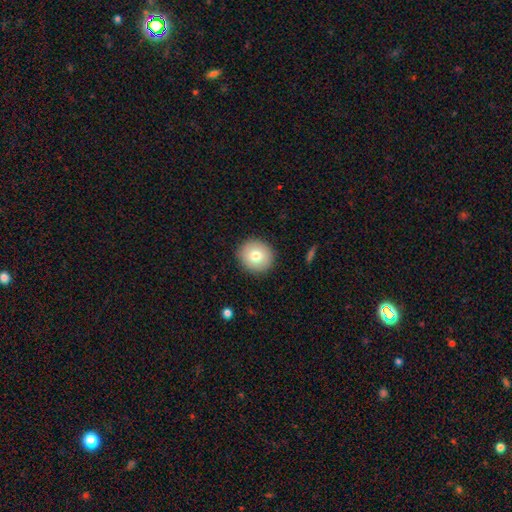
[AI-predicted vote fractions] Smooth or featured? smooth (77%)
How rounded? round (90%)
Merging? none (91%)